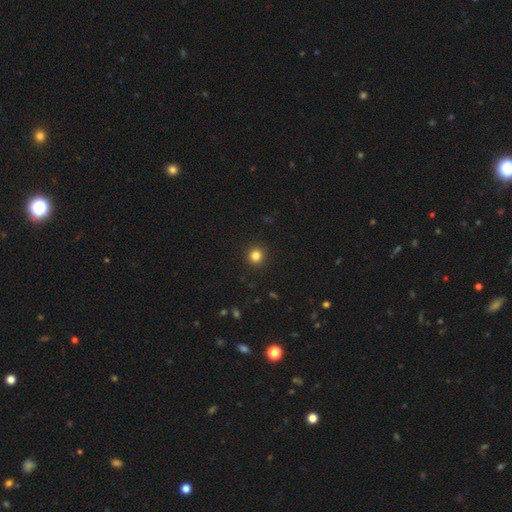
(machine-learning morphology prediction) Smooth or featured? Predicted: smooth (p=0.82). How rounded? Predicted: round (p=0.94). Merging? Predicted: none (p=0.93).